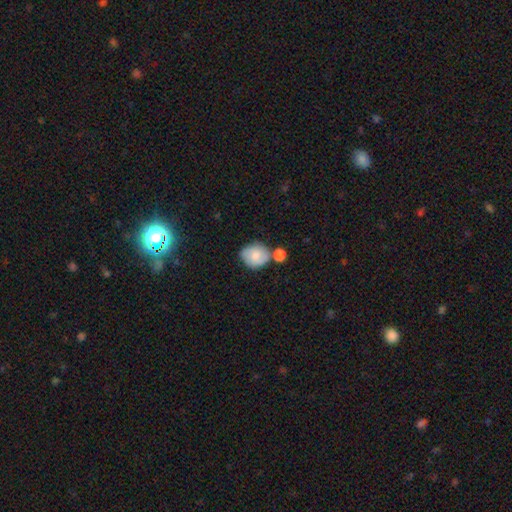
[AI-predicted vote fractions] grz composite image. It shows a smooth galaxy with no disk features (75%) that is round (64%). Merging: none (55%).